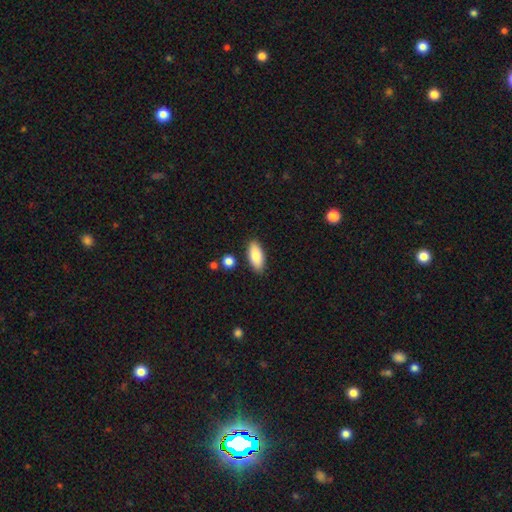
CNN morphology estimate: A smooth galaxy with no disk features (86%) that is in between round and cigar-shaped (85%).

Vote fractions:
- Smooth or featured? smooth: 86% / featured or disk: 8% / star or artifact: 6%
- How rounded? in between: 85% / cigar-shaped: 13% / round: 2%
- Merging? none: 85% / minor disturbance: 9% / merger: 3% / major disturbance: 2%